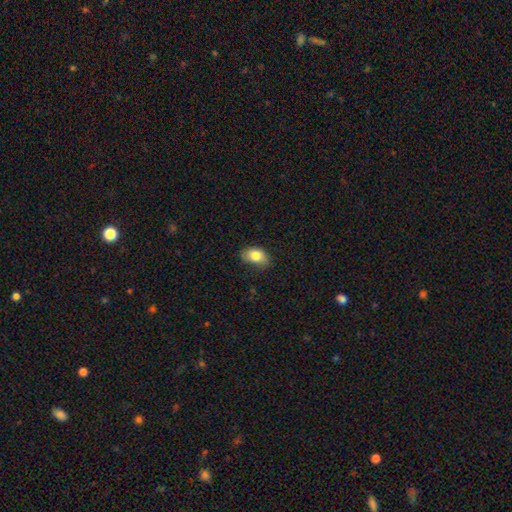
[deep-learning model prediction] smooth_or_featured: smooth (p=0.82) [alt: featured or disk p=0.11]
how_rounded: in between (p=0.89) [alt: round p=0.10]
merging: none (p=0.69) [alt: minor disturbance p=0.25]